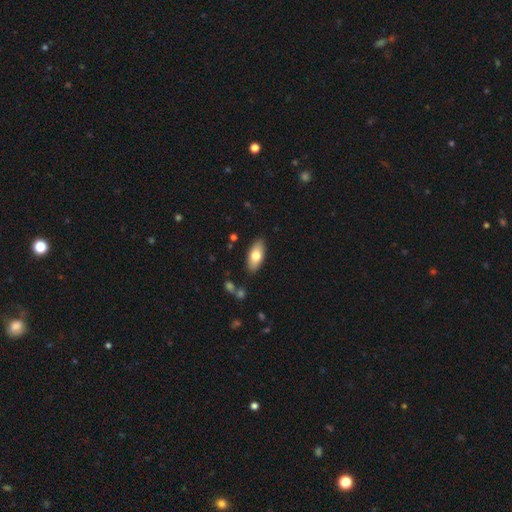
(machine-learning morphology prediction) Smooth or featured? smooth (72%)
How rounded? in between (85%)
Merging? none (86%)